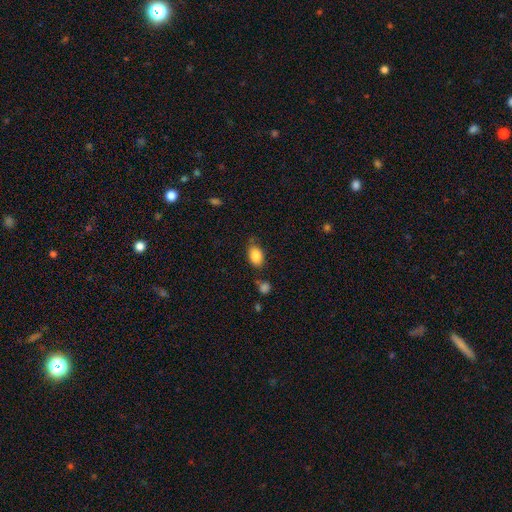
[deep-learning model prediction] A smooth galaxy with no disk features (86%) that is in between round and cigar-shaped (87%).

Vote fractions:
- Smooth or featured? smooth: 86% / star or artifact: 8% / featured or disk: 7%
- How rounded? in between: 87% / round: 12% / cigar-shaped: 2%
- Merging? none: 67% / minor disturbance: 22% / major disturbance: 6% / merger: 5%